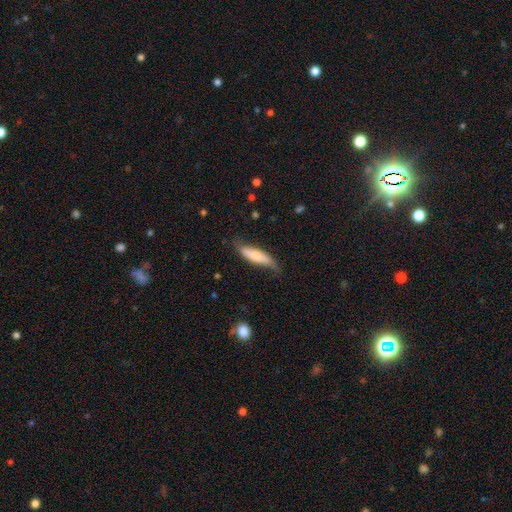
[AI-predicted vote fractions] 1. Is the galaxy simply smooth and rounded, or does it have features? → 60% smooth, 34% featured or disk, 6% star or artifact.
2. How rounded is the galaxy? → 61% cigar-shaped, 37% in between, 2% round.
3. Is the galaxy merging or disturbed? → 59% none, 31% minor disturbance, 8% major disturbance, 2% merger.